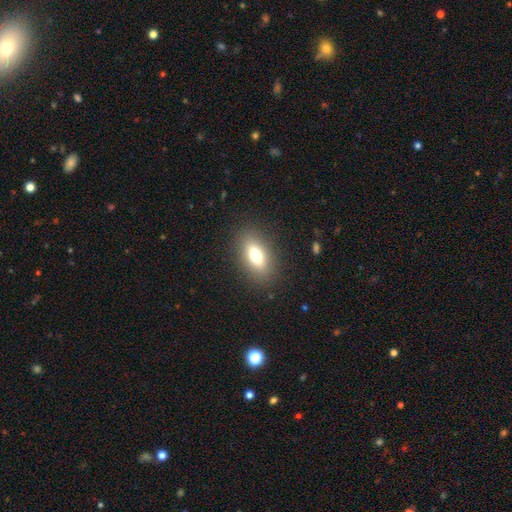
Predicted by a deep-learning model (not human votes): A smooth galaxy with no disk features (74%) that is in between round and cigar-shaped (85%). Merging: none (87%).